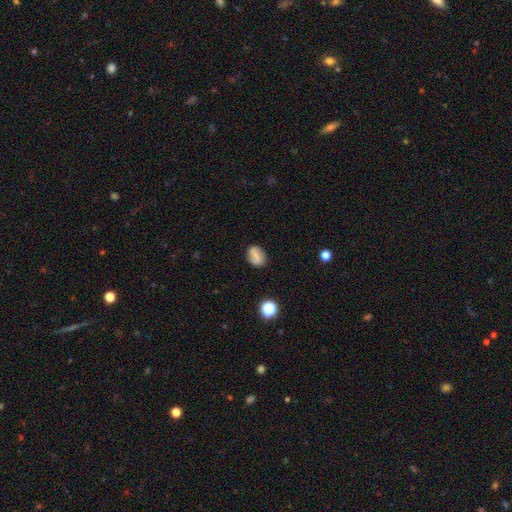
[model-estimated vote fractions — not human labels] Smooth or featured: smooth — 50% (featured or disk — 39%)
Merging: none — 78% (minor disturbance — 14%)